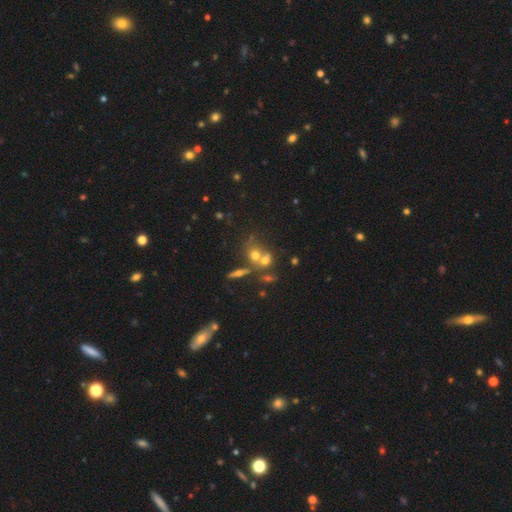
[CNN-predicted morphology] smooth 54%, featured or disk 26%, star or artifact 21%. Down the decision tree: how rounded — round (66%); merging — merger (45%).